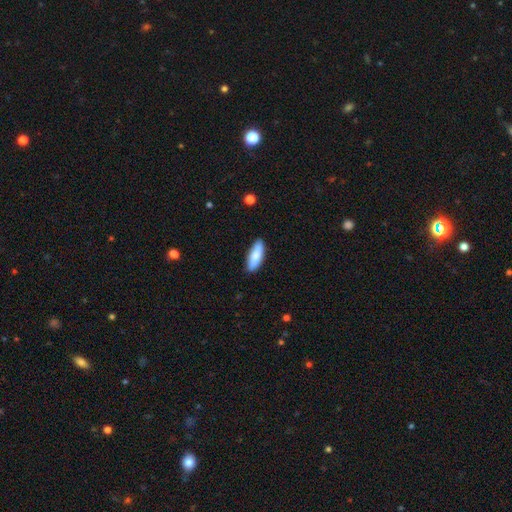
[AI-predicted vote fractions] smooth-or-featured: smooth: 79% | featured or disk: 15% | star or artifact: 6%
  how-rounded: in between: 57% | cigar-shaped: 41% | round: 2%
  merging: none: 86% | minor disturbance: 11% | major disturbance: 2% | merger: 1%